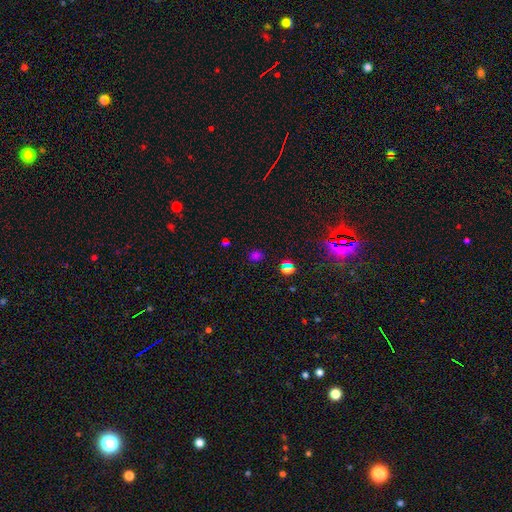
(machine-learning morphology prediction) smooth_or_featured: smooth (p=0.65) [alt: star or artifact p=0.31]
how_rounded: round (p=0.68) [alt: in between p=0.31]
merging: none (p=0.84) [alt: minor disturbance p=0.10]